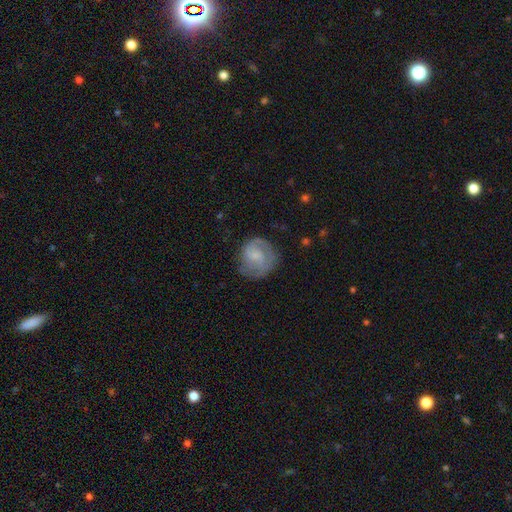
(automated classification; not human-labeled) featured or disk 50%, smooth 43%, star or artifact 7%. Down the decision tree: merging — none (66%).